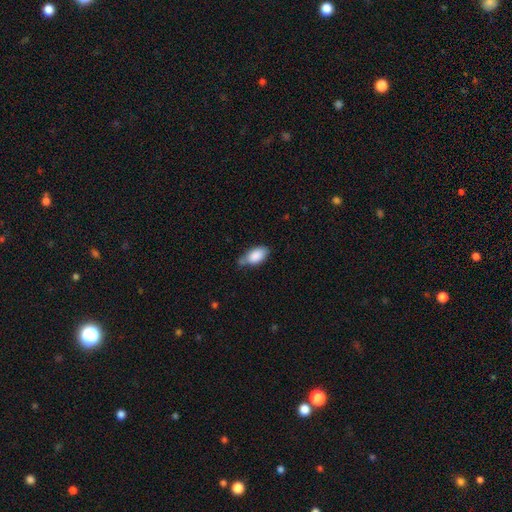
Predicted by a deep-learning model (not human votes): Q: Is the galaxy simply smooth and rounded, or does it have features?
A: smooth — 87%.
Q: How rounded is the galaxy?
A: in between — 93%.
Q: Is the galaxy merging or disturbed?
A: none — 53%.